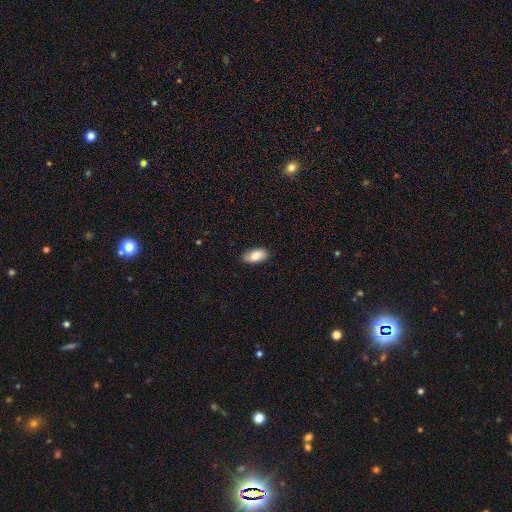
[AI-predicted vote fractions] smooth-or-featured: smooth: 84% | featured or disk: 10% | star or artifact: 6%
  how-rounded: in between: 94% | round: 3% | cigar-shaped: 3%
  merging: none: 83% | minor disturbance: 13% | major disturbance: 2% | merger: 1%